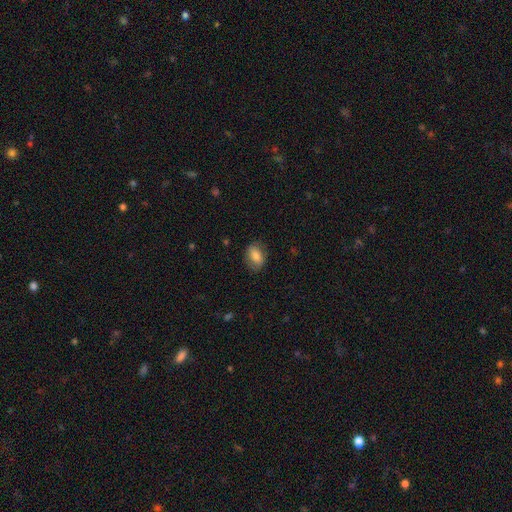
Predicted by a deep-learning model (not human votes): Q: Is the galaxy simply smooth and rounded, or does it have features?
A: smooth — 76%.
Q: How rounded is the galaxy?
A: in between — 79%.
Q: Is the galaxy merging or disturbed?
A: none — 79%.